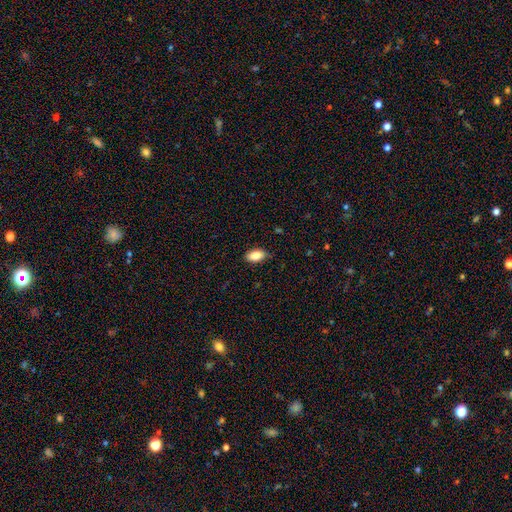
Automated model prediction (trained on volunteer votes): Smooth or featured? smooth (86%)
How rounded? in between (91%)
Merging? none (80%)